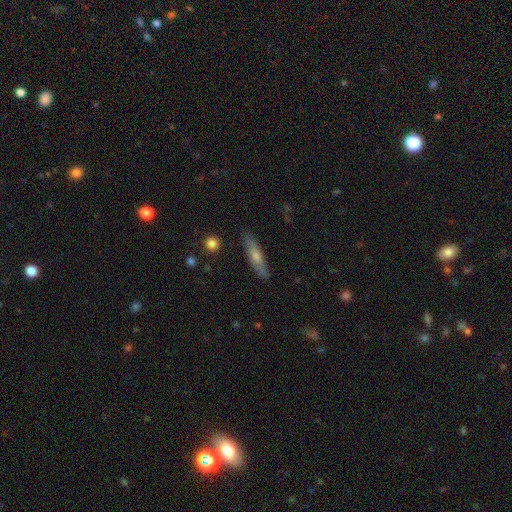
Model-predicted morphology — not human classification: This is possibly a smooth galaxy (50%). How rounded: clearly cigar-shaped (82%). Merging: clearly none (85%).